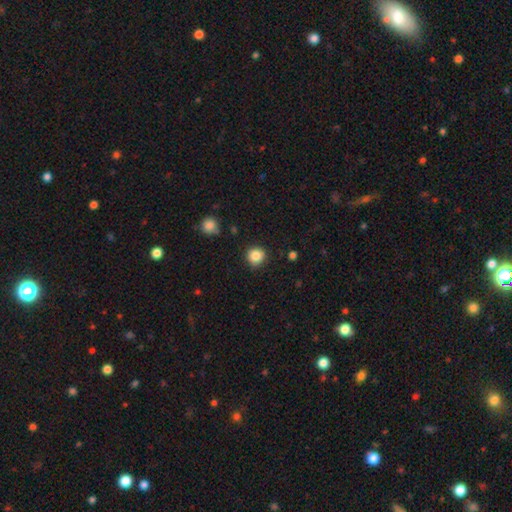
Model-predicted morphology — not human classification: Smooth or featured? smooth (85%)
How rounded? round (91%)
Merging? none (87%)